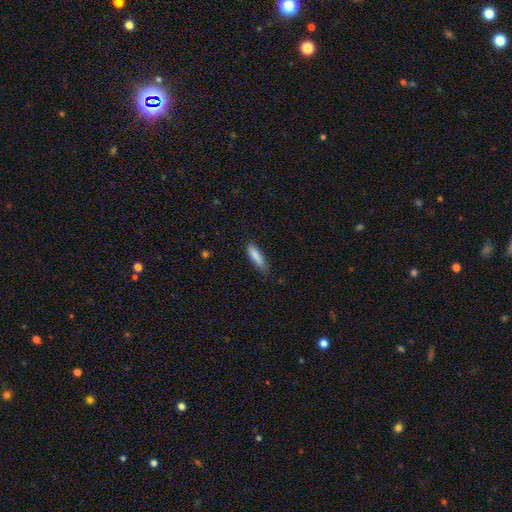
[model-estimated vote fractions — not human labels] A smooth galaxy with no disk features (86%) that is cigar-shaped (56%).

Vote fractions:
- Smooth or featured? smooth: 86% / featured or disk: 8% / star or artifact: 6%
- How rounded? cigar-shaped: 56% / in between: 43% / round: 2%
- Merging? none: 69% / minor disturbance: 25% / major disturbance: 4% / merger: 1%